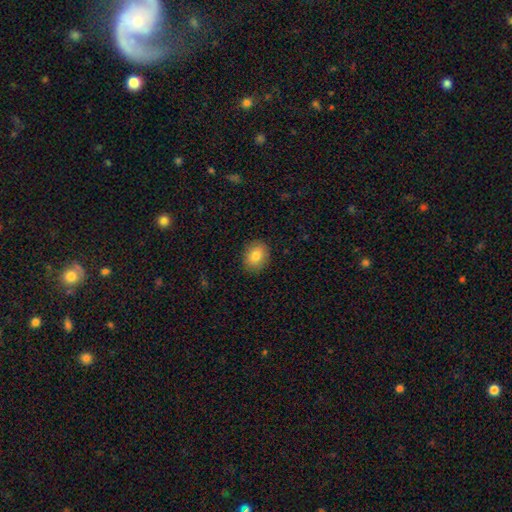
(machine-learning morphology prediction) Smooth or featured? smooth (82%)
How rounded? in between (50%)
Merging? none (89%)